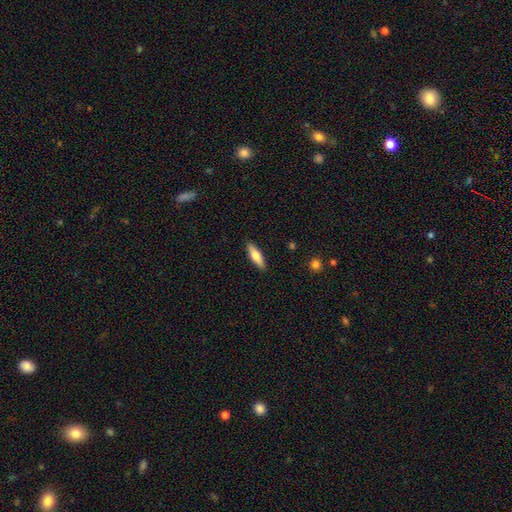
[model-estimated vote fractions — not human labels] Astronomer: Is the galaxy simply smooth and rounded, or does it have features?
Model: smooth — 63%.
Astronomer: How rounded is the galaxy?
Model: cigar-shaped — 58% (runner-up: in between, 40%).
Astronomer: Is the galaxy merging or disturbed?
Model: none — 89%.